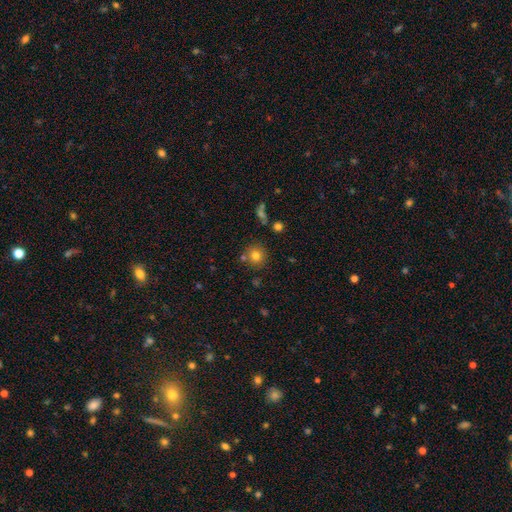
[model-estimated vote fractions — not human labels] Q: Smooth or featured?
A: smooth (76%); runner-up: star or artifact (14%)
Q: How rounded?
A: round (91%); runner-up: in between (8%)
Q: Merging?
A: none (80%); runner-up: minor disturbance (9%)